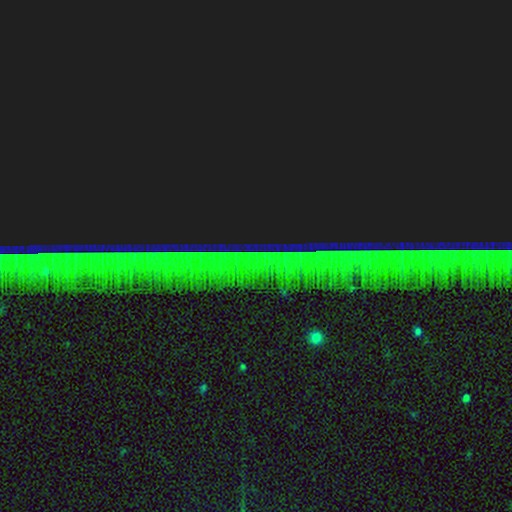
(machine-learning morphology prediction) Smooth or featured: star or artifact — 85% (smooth — 8%)